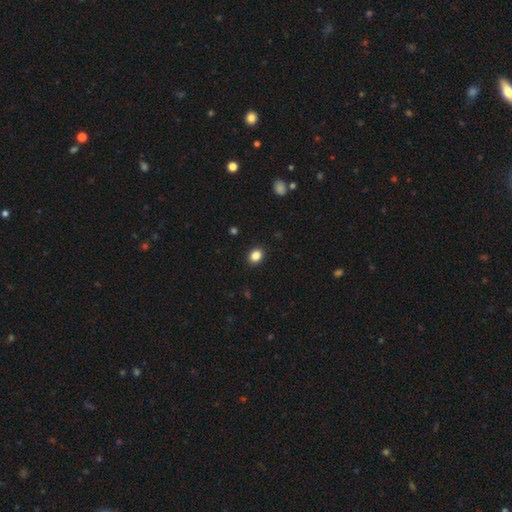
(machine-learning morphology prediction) smooth-or-featured: smooth: 85% | star or artifact: 10% | featured or disk: 5%
  how-rounded: in between: 53% | round: 46% | cigar-shaped: 1%
  merging: none: 90% | minor disturbance: 7% | major disturbance: 2% | merger: 1%